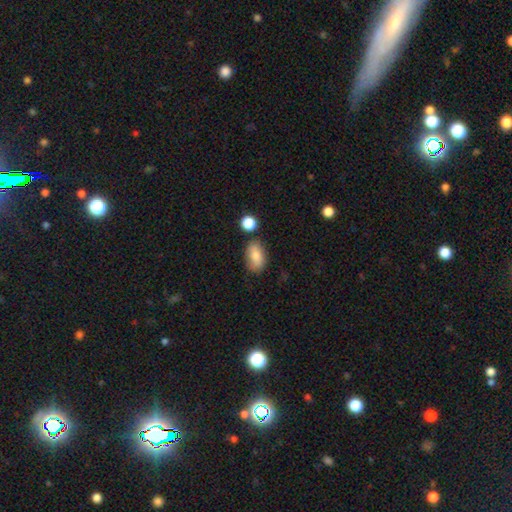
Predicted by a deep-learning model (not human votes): This is clearly a smooth galaxy (81%). How rounded: clearly in between (89%). Merging: likely none (74%).